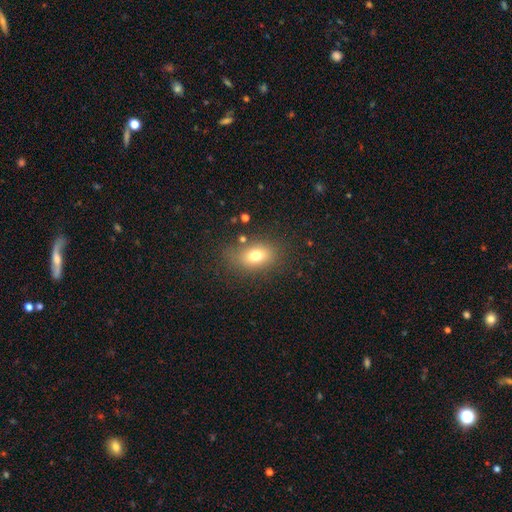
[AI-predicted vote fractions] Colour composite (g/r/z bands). It shows a smooth galaxy with no disk features (73%) that is in between round and cigar-shaped (75%). Merging: none (77%).